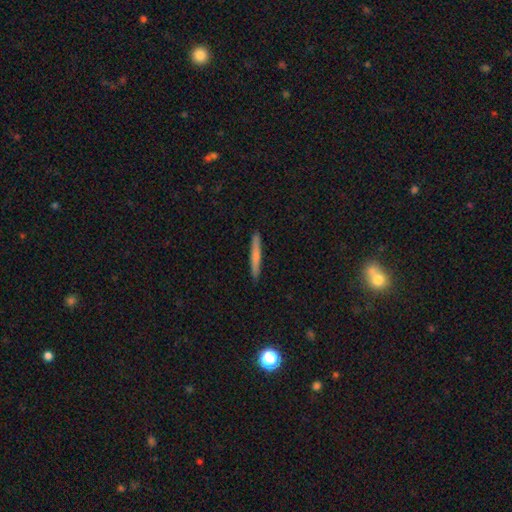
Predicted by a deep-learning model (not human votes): smooth 66%, featured or disk 28%, star or artifact 6%. Down the decision tree: how rounded — cigar-shaped (96%); merging — none (91%).